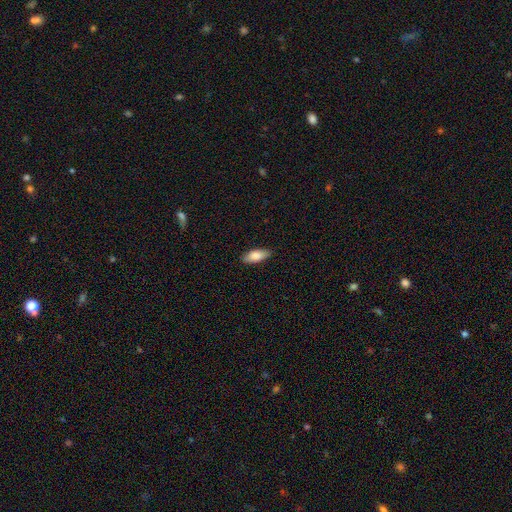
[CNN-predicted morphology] A smooth galaxy with no disk features (83%) that is in between round and cigar-shaped (81%).

Vote fractions:
- Smooth or featured? smooth: 83% / featured or disk: 11% / star or artifact: 6%
- How rounded? in between: 81% / cigar-shaped: 17% / round: 2%
- Merging? none: 86% / minor disturbance: 11% / major disturbance: 2% / merger: 1%